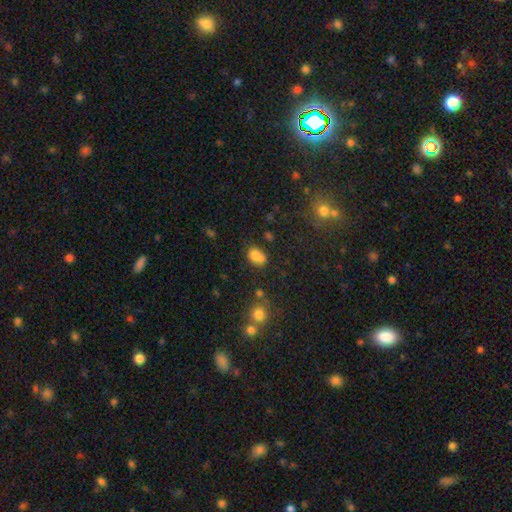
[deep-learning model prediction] Overall: smooth (76%). How rounded: in between (62%; round 37%). Merging: none (43%; merger 34%).